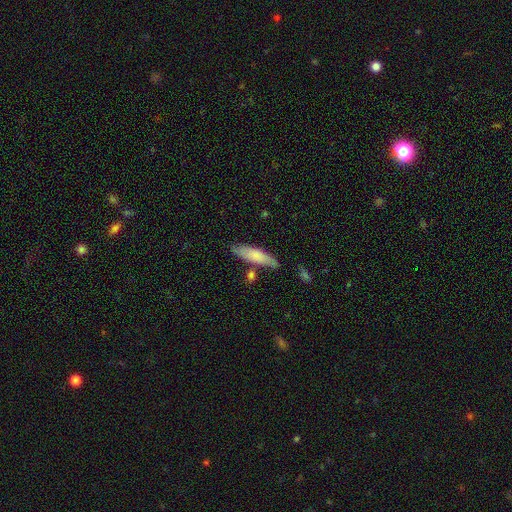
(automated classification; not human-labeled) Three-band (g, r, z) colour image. It shows a smooth galaxy with no disk features (71%) that is cigar-shaped (67%). Merging: none (72%).